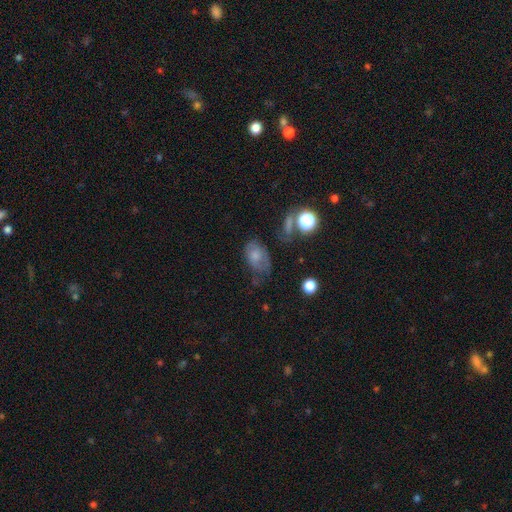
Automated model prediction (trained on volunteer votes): smooth_or_featured: smooth (p=0.63) [alt: featured or disk p=0.25]
how_rounded: in between (p=0.84) [alt: round p=0.15]
merging: none (p=0.39) [alt: minor disturbance p=0.33]